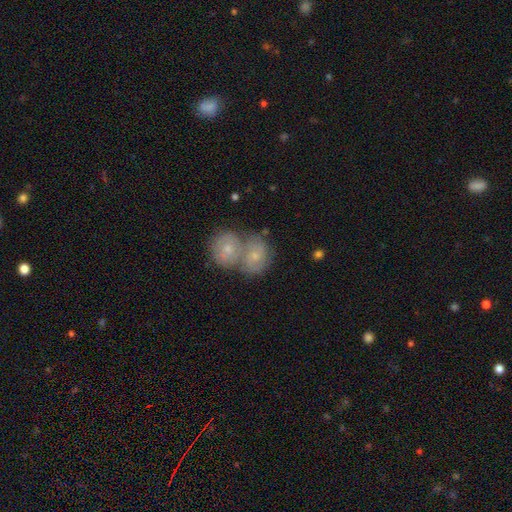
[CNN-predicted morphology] A featured or disk galaxy (49%). Merging: merger (67%).